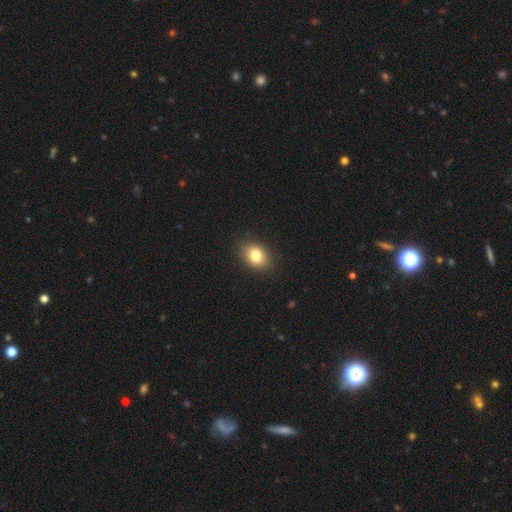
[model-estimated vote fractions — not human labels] Overall: smooth (80%). How rounded: in between (64%; round 35%). Merging: none (87%).